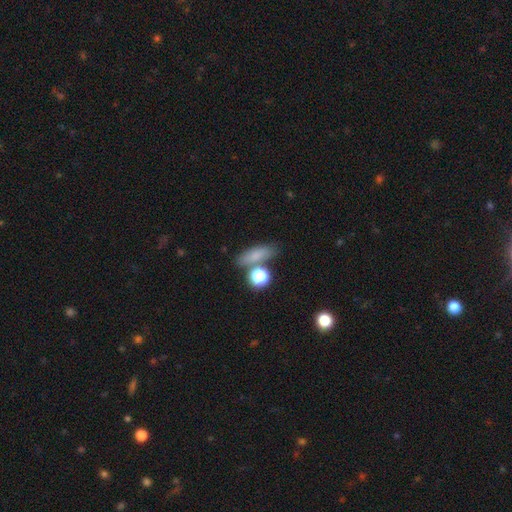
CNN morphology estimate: This appears to be a smooth galaxy with no disk features (76%) that is in between round and cigar-shaped (51%). Merging: none (66%).